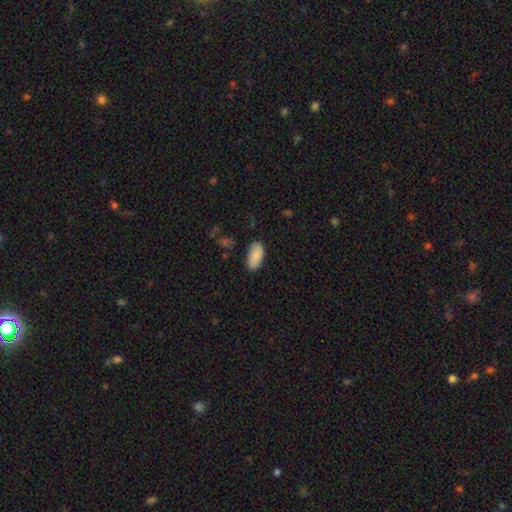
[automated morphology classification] smooth 86%, featured or disk 8%, star or artifact 6%. Down the decision tree: how rounded — in between (93%); merging — none (78%).